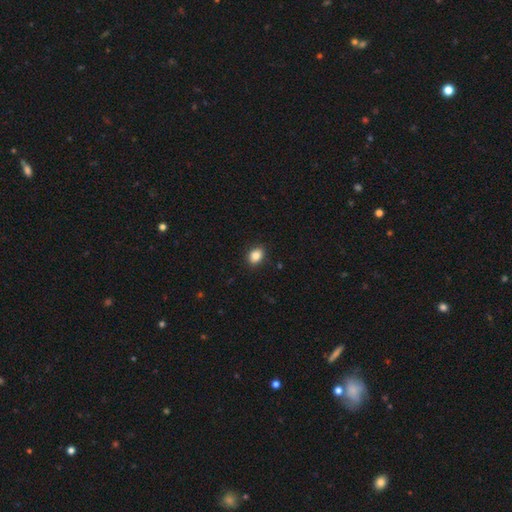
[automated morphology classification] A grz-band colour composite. It shows a smooth galaxy with no disk features (86%) that is in between round and cigar-shaped (65%). Merging: none (88%).